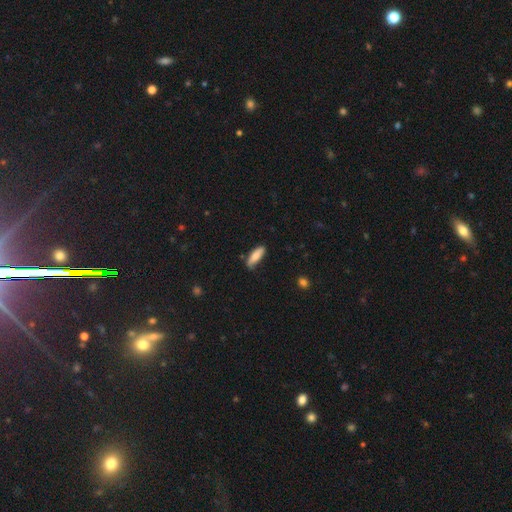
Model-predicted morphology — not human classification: smooth-or-featured: smooth: 79% | featured or disk: 15% | star or artifact: 6%
  how-rounded: in between: 51% | cigar-shaped: 48% | round: 2%
  merging: none: 70% | minor disturbance: 24% | major disturbance: 4% | merger: 2%